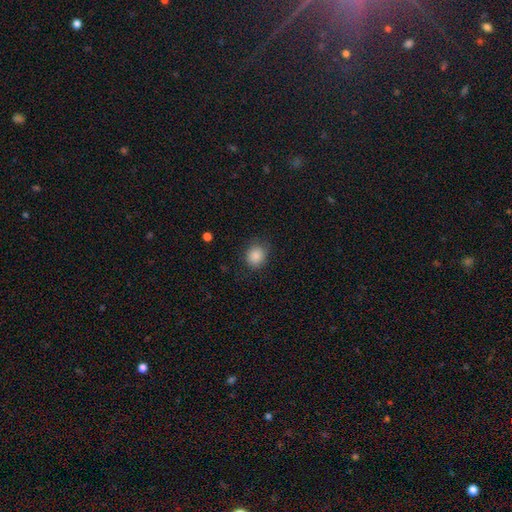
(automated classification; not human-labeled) Smooth or featured?
  - smooth: 87% *
  - star or artifact: 9%
  - featured or disk: 4%
How rounded?
  - round: 76% *
  - in between: 23%
  - cigar-shaped: 1%
Merging?
  - none: 81% *
  - minor disturbance: 14%
  - major disturbance: 4%
  - merger: 1%